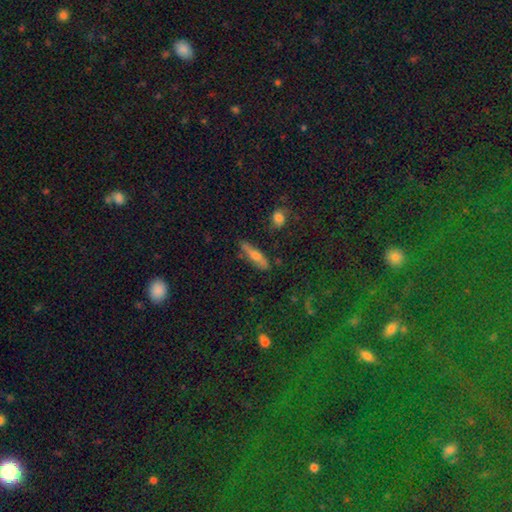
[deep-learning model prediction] A smooth galaxy with no disk features (53%) that is cigar-shaped (70%).

Vote fractions:
- Smooth or featured? smooth: 53% / featured or disk: 37% / star or artifact: 10%
- How rounded? cigar-shaped: 70% / in between: 26% / round: 4%
- Merging? none: 78% / minor disturbance: 15% / major disturbance: 4% / merger: 3%